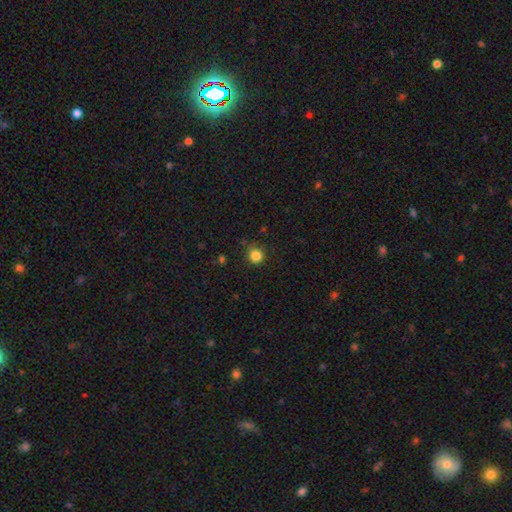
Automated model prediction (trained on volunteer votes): This is clearly a smooth galaxy (84%). How rounded: clearly round (88%). Merging: likely none (79%).